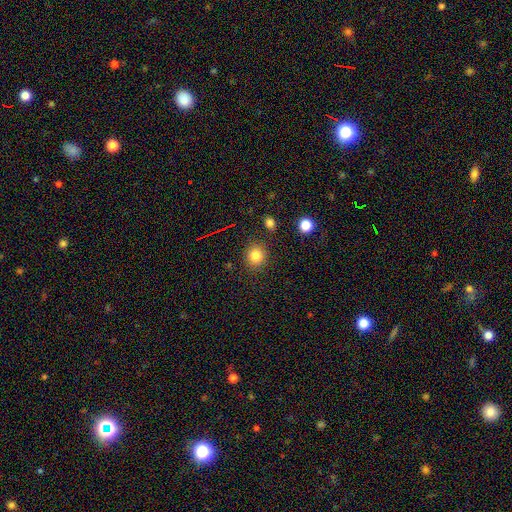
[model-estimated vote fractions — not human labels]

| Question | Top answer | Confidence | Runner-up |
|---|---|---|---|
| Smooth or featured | smooth | 81% | star or artifact (12%) |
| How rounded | round | 86% | in between (13%) |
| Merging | none | 87% | minor disturbance (8%) |